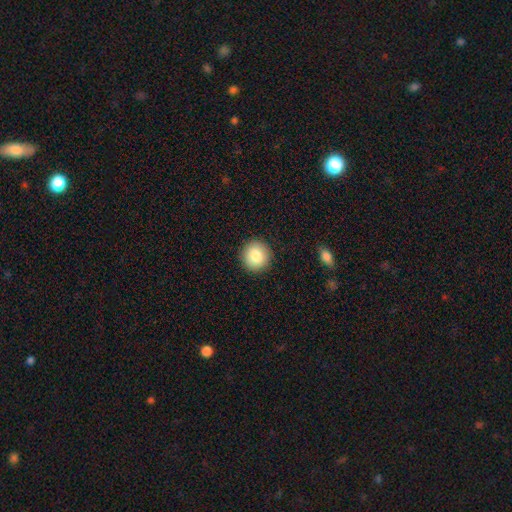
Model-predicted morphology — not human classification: Smooth or featured: smooth — 85% (star or artifact — 8%)
How rounded: round — 92% (in between — 7%)
Merging: none — 91% (minor disturbance — 6%)